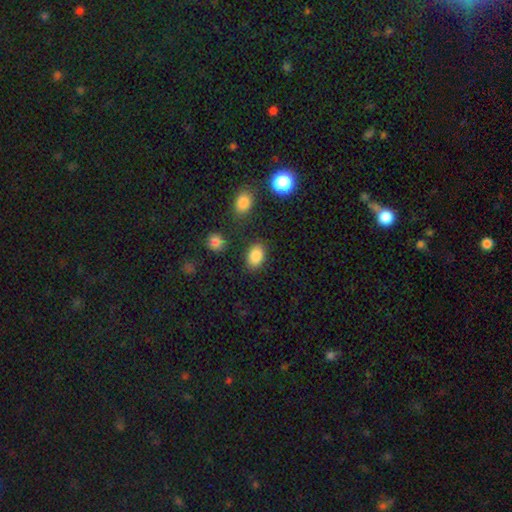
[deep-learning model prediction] smooth-or-featured: smooth: 86% | star or artifact: 9% | featured or disk: 5%
  how-rounded: in between: 81% | round: 18% | cigar-shaped: 1%
  merging: none: 82% | minor disturbance: 11% | major disturbance: 3% | merger: 3%